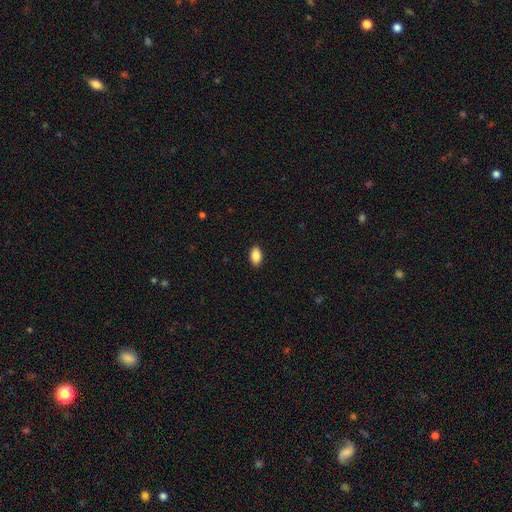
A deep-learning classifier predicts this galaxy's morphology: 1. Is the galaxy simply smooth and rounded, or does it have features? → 88% smooth, 7% star or artifact, 5% featured or disk.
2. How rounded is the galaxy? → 92% in between, 5% round, 2% cigar-shaped.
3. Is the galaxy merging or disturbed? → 90% none, 8% minor disturbance, 2% major disturbance, 1% merger.